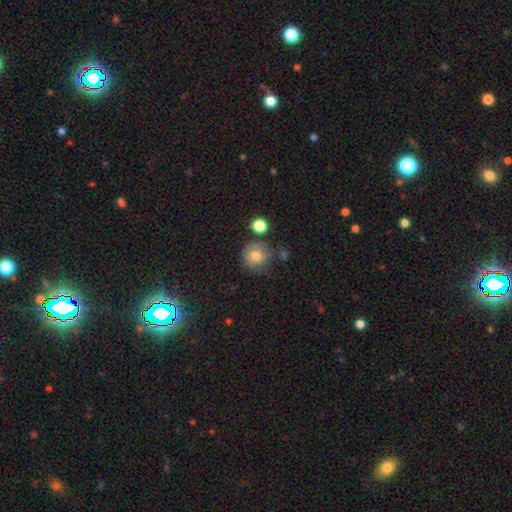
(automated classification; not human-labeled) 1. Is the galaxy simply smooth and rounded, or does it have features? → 76% smooth, 13% featured or disk, 11% star or artifact.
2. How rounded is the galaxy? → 92% round, 7% in between, 1% cigar-shaped.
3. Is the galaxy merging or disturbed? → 72% none, 16% minor disturbance, 8% merger, 5% major disturbance.